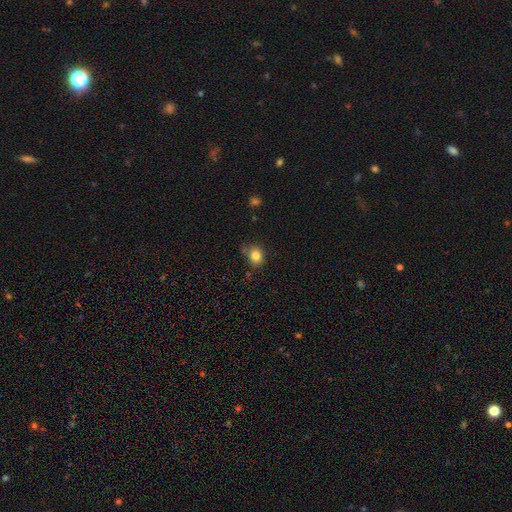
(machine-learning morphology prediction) Smooth or featured? smooth (82%)
How rounded? round (66%)
Merging? none (70%)